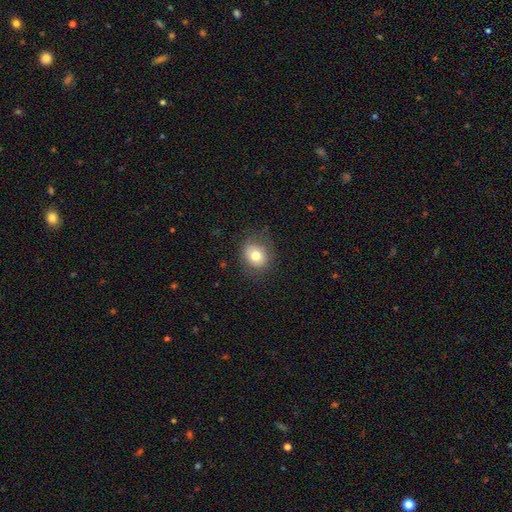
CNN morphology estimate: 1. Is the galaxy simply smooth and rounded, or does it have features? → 76% smooth, 14% featured or disk, 10% star or artifact.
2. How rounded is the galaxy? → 67% round, 32% in between, 1% cigar-shaped.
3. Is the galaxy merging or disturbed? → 77% none, 16% minor disturbance, 6% major disturbance, 1% merger.